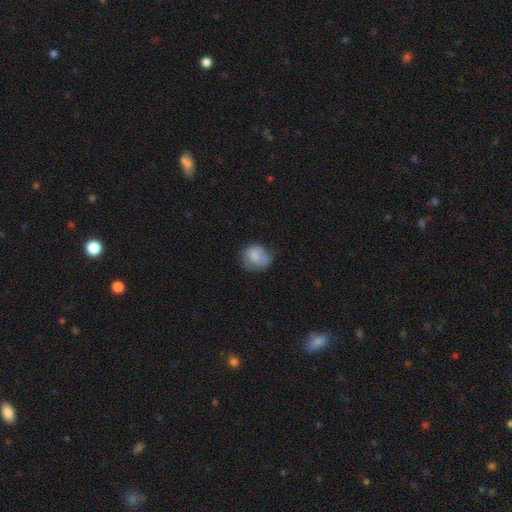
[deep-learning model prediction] This appears to be a smooth galaxy with no disk features (79%) that is round (77%). Merging: none (56%).